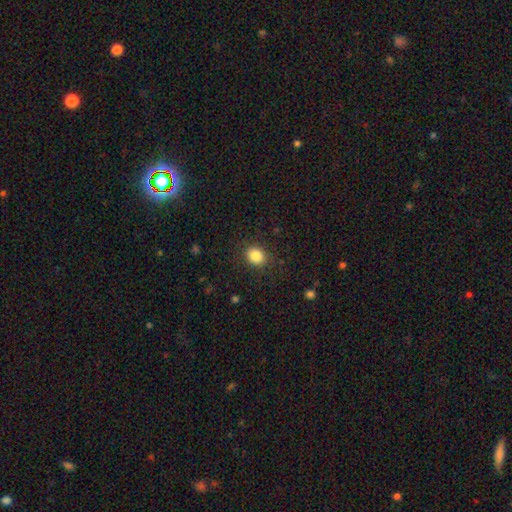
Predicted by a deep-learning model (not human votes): A smooth galaxy with no disk features (86%) that is round (56%).

Vote fractions:
- Smooth or featured? smooth: 86% / star or artifact: 10% / featured or disk: 5%
- How rounded? round: 56% / in between: 43% / cigar-shaped: 1%
- Merging? none: 87% / minor disturbance: 9% / major disturbance: 3% / merger: 1%